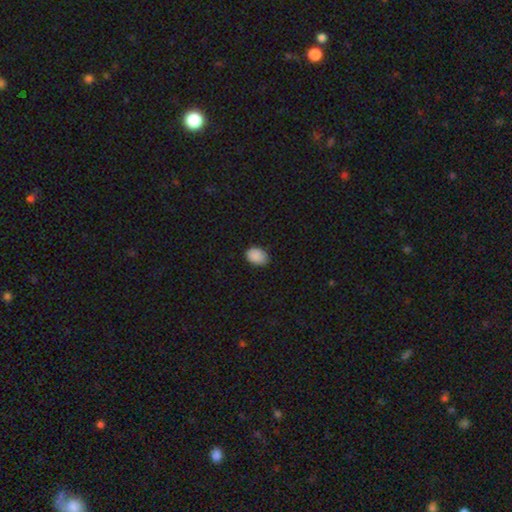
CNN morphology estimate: Q: Smooth or featured?
A: smooth (89%); runner-up: star or artifact (8%)
Q: How rounded?
A: in between (76%); runner-up: round (23%)
Q: Merging?
A: none (75%); runner-up: minor disturbance (21%)